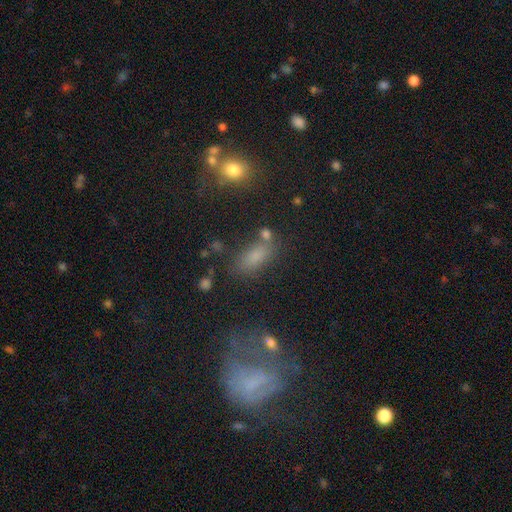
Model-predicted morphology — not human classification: smooth 74%, star or artifact 16%, featured or disk 10%. Down the decision tree: how rounded — in between (78%); merging — none (67%).